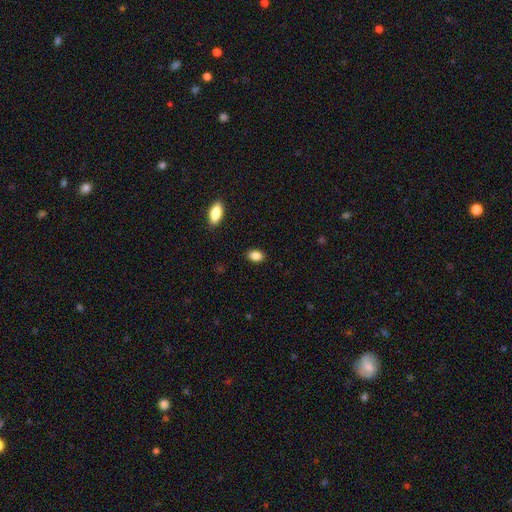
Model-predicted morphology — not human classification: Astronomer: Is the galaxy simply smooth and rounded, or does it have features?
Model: smooth — 87%.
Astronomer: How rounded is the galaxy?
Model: in between — 79%.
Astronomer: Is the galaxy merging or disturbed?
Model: none — 89%.